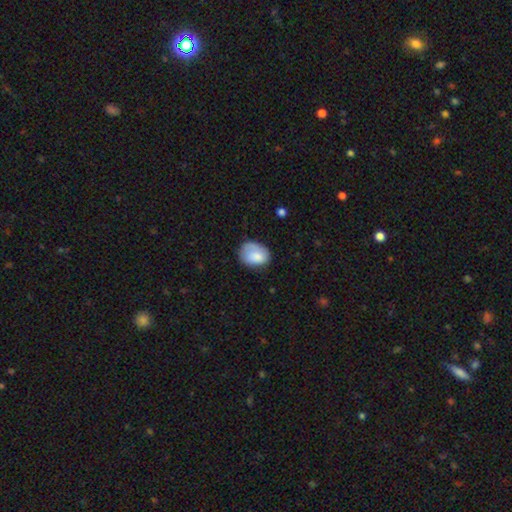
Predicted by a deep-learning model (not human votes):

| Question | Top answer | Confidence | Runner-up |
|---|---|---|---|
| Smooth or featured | smooth | 80% | featured or disk (13%) |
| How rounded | in between | 71% | round (28%) |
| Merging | none | 58% | minor disturbance (29%) |